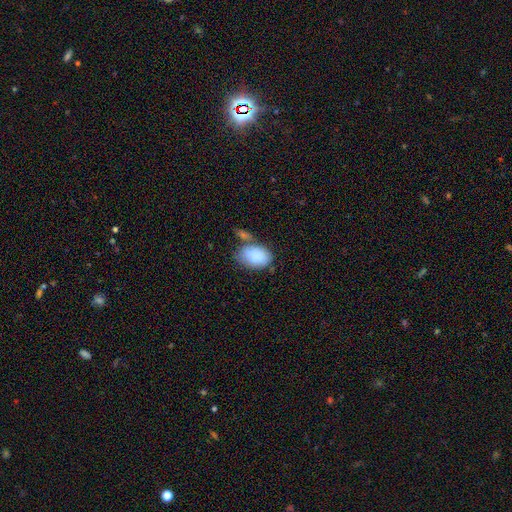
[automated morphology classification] Smooth or featured? Predicted: smooth (p=0.84). How rounded? Predicted: in between (p=0.88). Merging? Predicted: none (p=0.42).